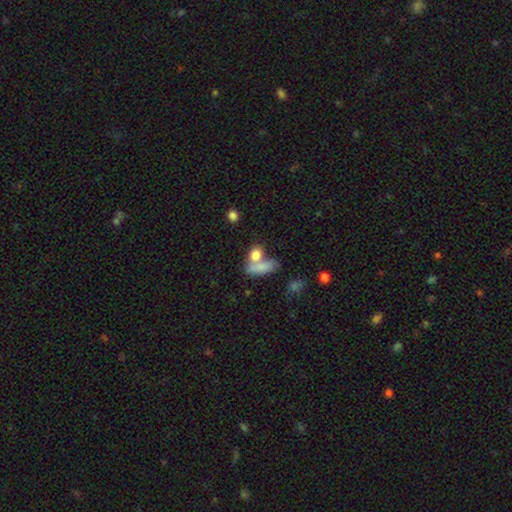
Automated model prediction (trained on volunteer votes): Morphology: type=smooth (80%); roundness=in between (68%); merging=merger (49%).